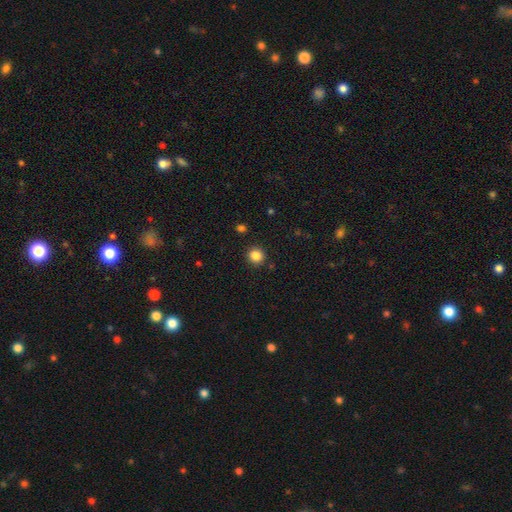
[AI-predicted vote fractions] smooth-or-featured: smooth: 85% | star or artifact: 11% | featured or disk: 4%
  how-rounded: round: 91% | in between: 8% | cigar-shaped: 1%
  merging: none: 91% | minor disturbance: 6% | major disturbance: 2% | merger: 1%